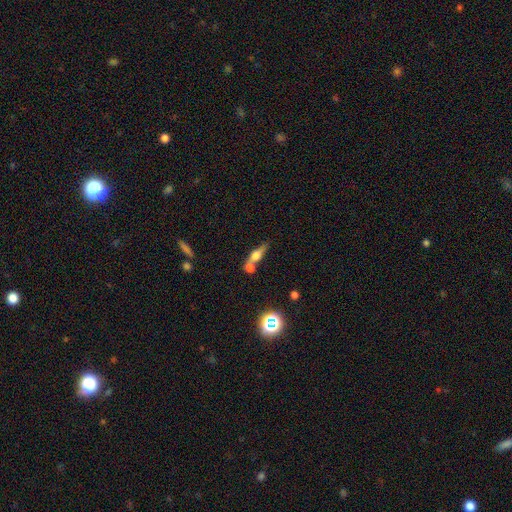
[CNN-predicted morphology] This appears to be a smooth galaxy with no disk features (49%). Merging: merger (47%).